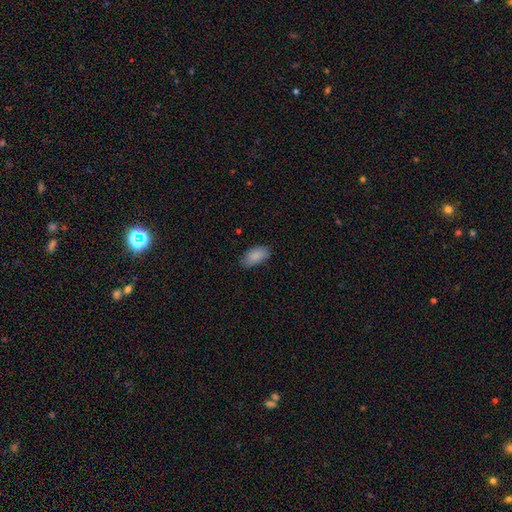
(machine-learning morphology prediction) type=smooth (88%); roundness=in between (93%); merging=none (81%).